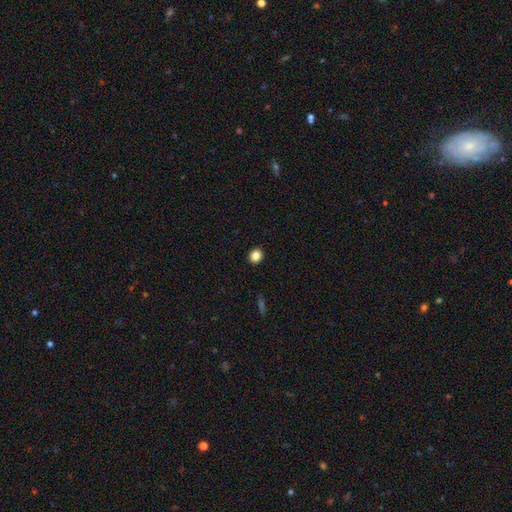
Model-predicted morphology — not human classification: Smooth or featured? Predicted: smooth (p=0.84). How rounded? Predicted: round (p=0.82). Merging? Predicted: none (p=0.92).